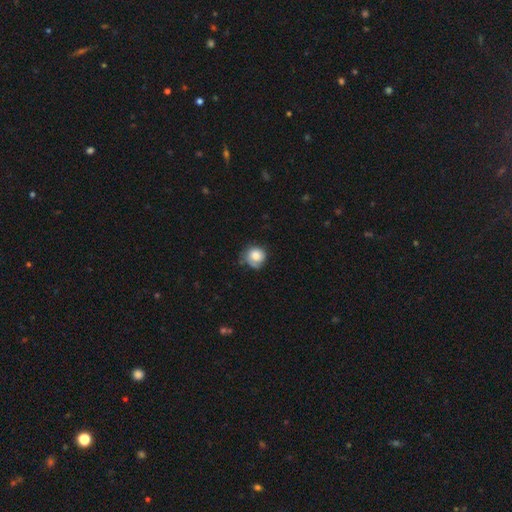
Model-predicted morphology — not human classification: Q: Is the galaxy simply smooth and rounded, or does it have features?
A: smooth — 76%.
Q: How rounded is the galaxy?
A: round — 84%.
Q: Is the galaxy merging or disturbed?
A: none — 53%.